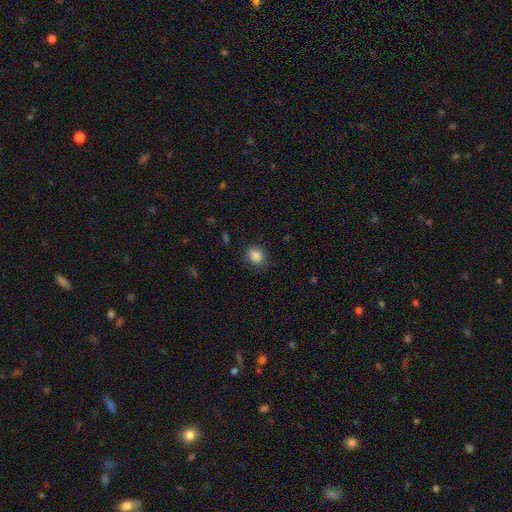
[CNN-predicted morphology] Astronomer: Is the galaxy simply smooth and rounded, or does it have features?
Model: smooth — 87%.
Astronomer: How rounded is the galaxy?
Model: round — 81%.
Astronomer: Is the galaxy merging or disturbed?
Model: none — 85%.